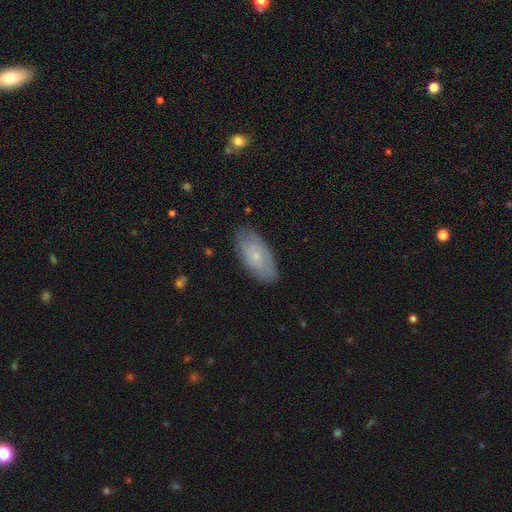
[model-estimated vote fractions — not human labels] smooth 55%, featured or disk 38%, star or artifact 7%. Down the decision tree: how rounded — in between (91%); merging — none (80%).